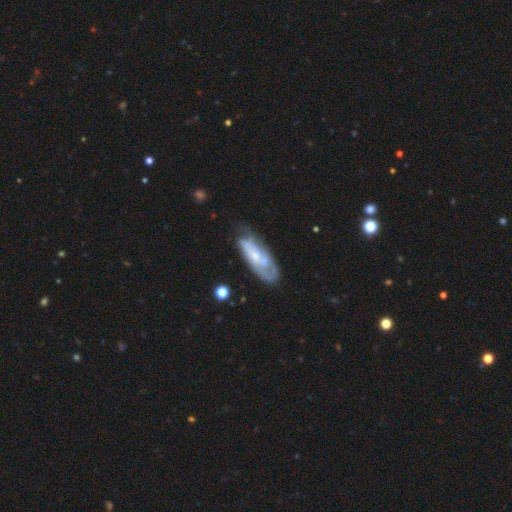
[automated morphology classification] This appears to be a featured or disk galaxy (66%) with no bar (70%), spiral arms (74%) and a small central bulge (56%). Merging: none (51%).